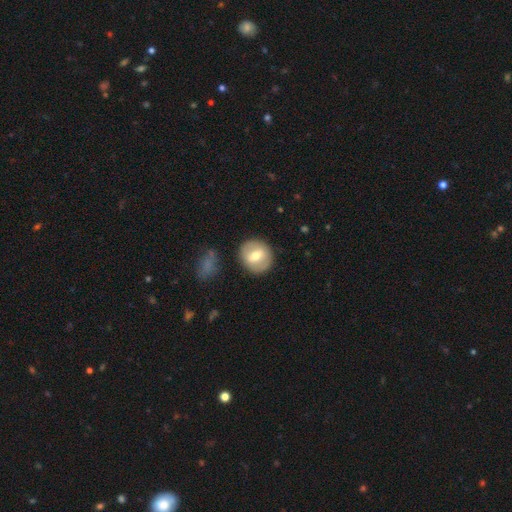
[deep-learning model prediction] Morphology: type=smooth (55%); roundness=round (86%); merging=none (86%).